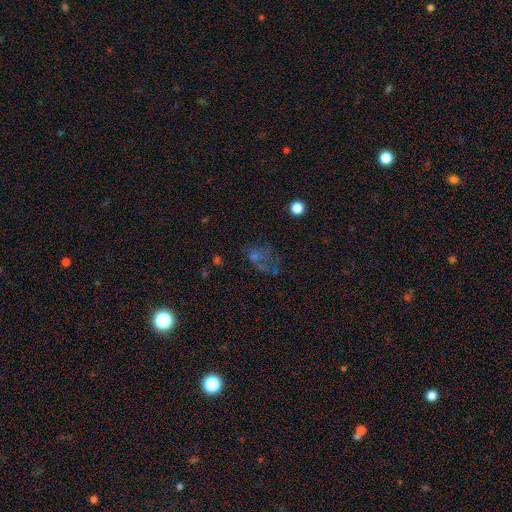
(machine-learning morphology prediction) Smooth or featured? Predicted: smooth (p=0.39). Merging? Predicted: none (p=0.36).